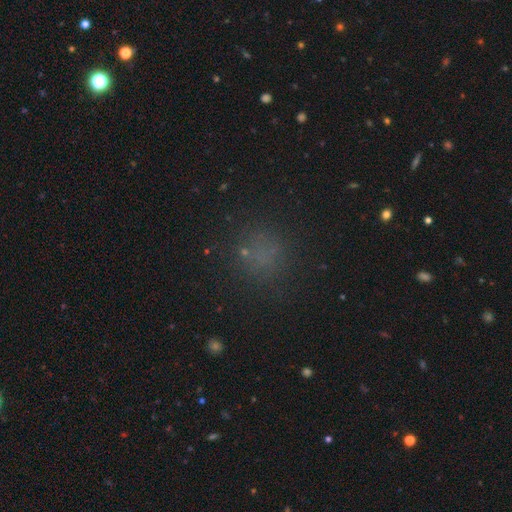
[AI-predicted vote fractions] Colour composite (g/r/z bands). It shows a smooth galaxy with no disk features (61%) that is round (87%). Merging: none (82%).